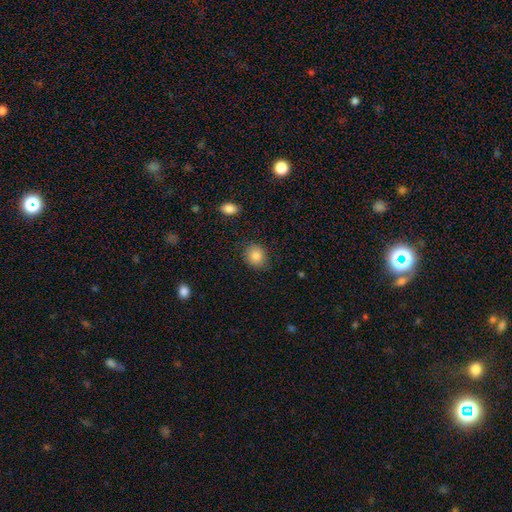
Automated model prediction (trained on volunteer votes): A smooth galaxy with no disk features (87%) that is round (73%). Merging: none (84%).